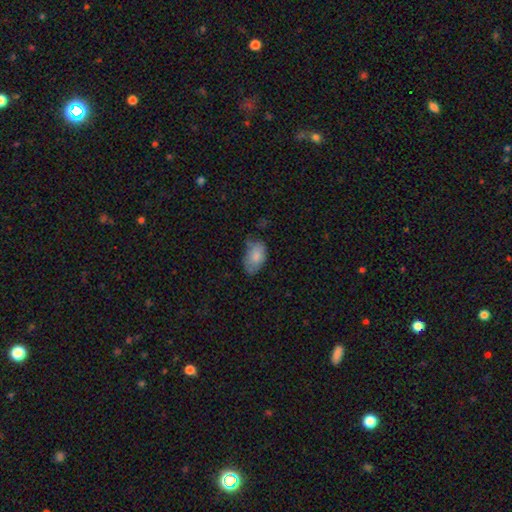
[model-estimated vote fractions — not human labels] smooth_or_featured: smooth (p=0.81) [alt: featured or disk p=0.12]
how_rounded: in between (p=0.92) [alt: round p=0.06]
merging: none (p=0.49) [alt: minor disturbance p=0.37]